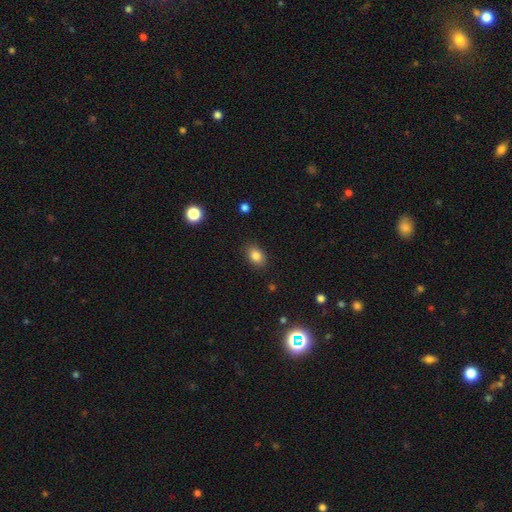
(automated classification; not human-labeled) This is clearly a smooth galaxy (84%). How rounded: likely in between (74%). Merging: clearly none (86%).